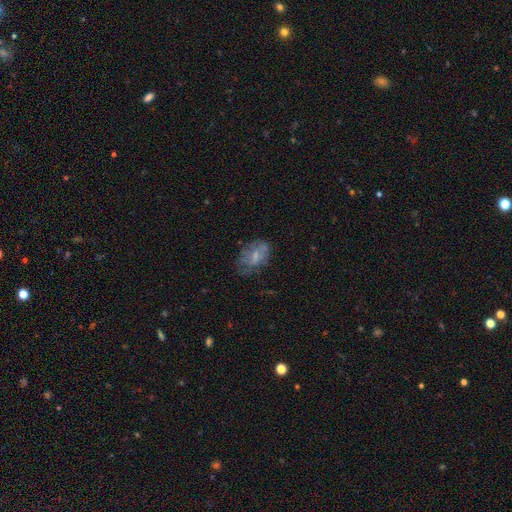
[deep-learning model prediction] smooth-or-featured: smooth: 47% | featured or disk: 42% | star or artifact: 10%
  merging: none: 48% | minor disturbance: 29% | major disturbance: 21% | merger: 3%